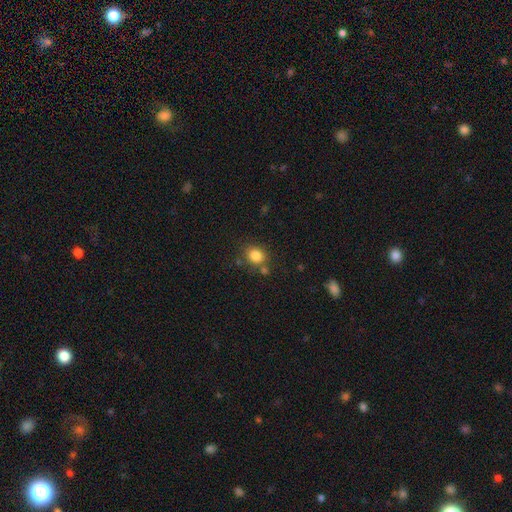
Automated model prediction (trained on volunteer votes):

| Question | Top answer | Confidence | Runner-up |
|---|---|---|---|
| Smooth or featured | smooth | 83% | star or artifact (11%) |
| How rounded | round | 68% | in between (31%) |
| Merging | none | 72% | minor disturbance (13%) |